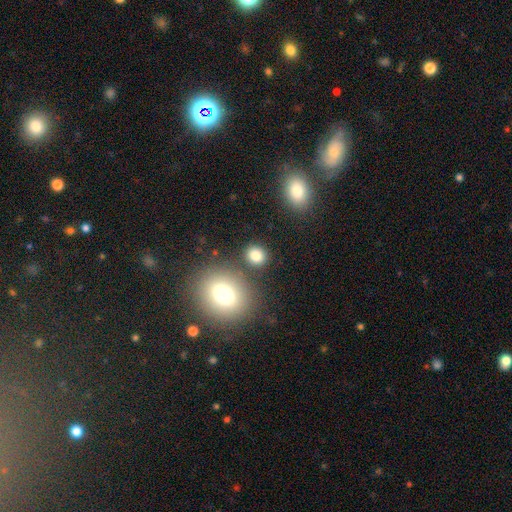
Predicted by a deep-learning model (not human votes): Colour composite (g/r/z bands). It shows a smooth galaxy with no disk features (81%) that is round (72%). Merging: none (78%).